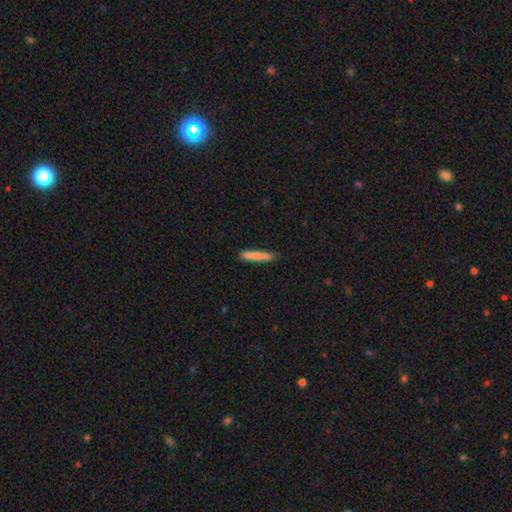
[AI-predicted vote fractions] smooth 82%, featured or disk 11%, star or artifact 6%. Down the decision tree: how rounded — cigar-shaped (93%); merging — none (81%).